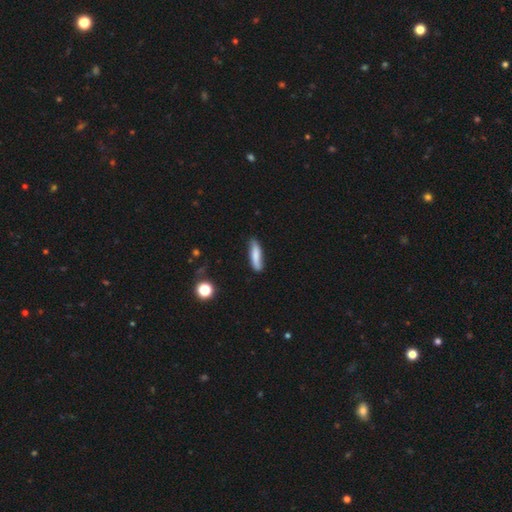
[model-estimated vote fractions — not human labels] Morphology: type=smooth (74%); roundness=cigar-shaped (76%); merging=none (77%).